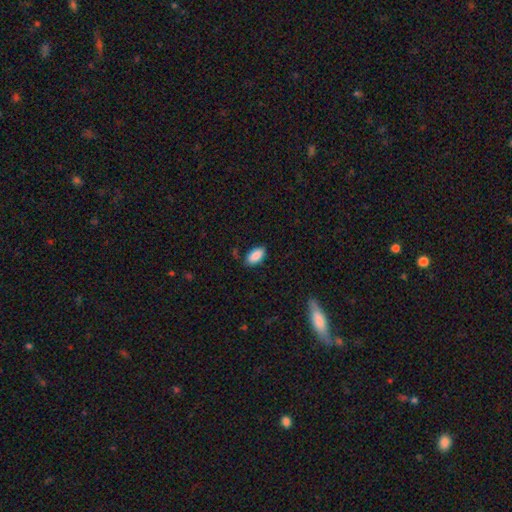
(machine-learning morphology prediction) This is clearly a smooth galaxy (89%). How rounded: clearly in between (93%). Merging: clearly none (82%).